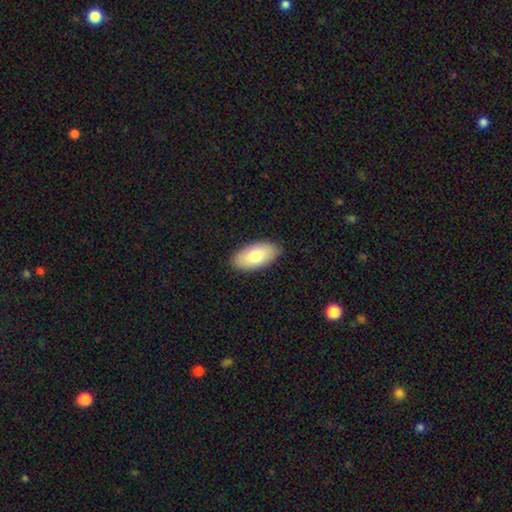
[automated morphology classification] A smooth galaxy with no disk features (78%) that is in between round and cigar-shaped (95%).

Vote fractions:
- Smooth or featured? smooth: 78% / featured or disk: 17% / star or artifact: 6%
- How rounded? in between: 95% / cigar-shaped: 3% / round: 2%
- Merging? none: 87% / minor disturbance: 10% / major disturbance: 2% / merger: 1%